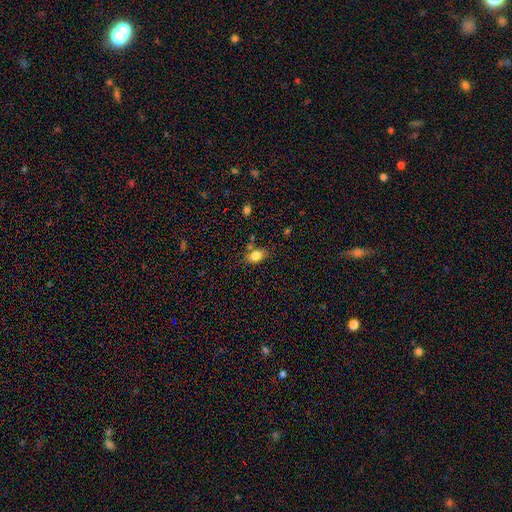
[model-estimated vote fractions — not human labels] Morphology: type=smooth (81%); roundness=in between (80%); merging=none (68%).